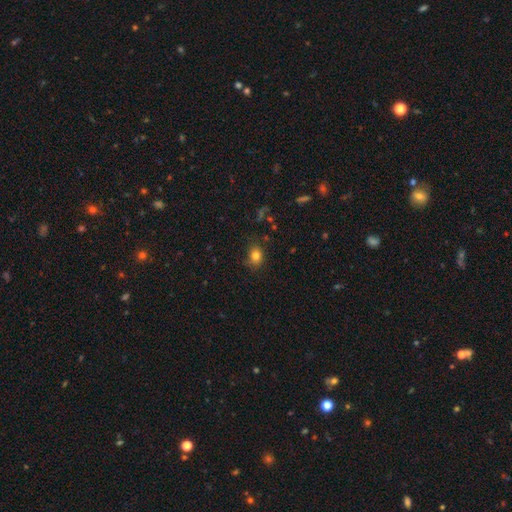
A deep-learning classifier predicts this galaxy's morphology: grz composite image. It shows a smooth galaxy with no disk features (80%) that is round (57%). Merging: none (75%).